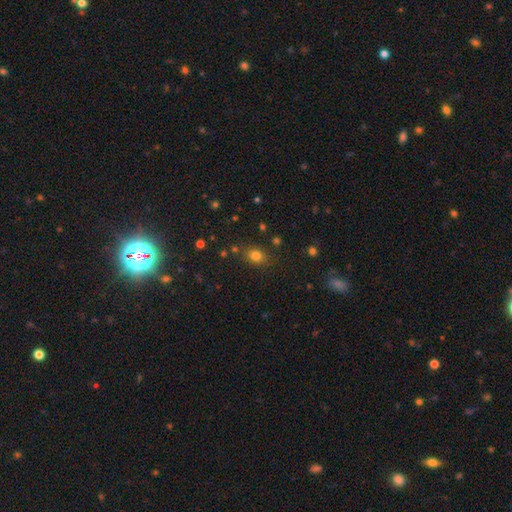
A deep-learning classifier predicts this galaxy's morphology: Smooth or featured? Predicted: smooth (p=0.77). How rounded? Predicted: round (p=0.50). Merging? Predicted: none (p=0.80).